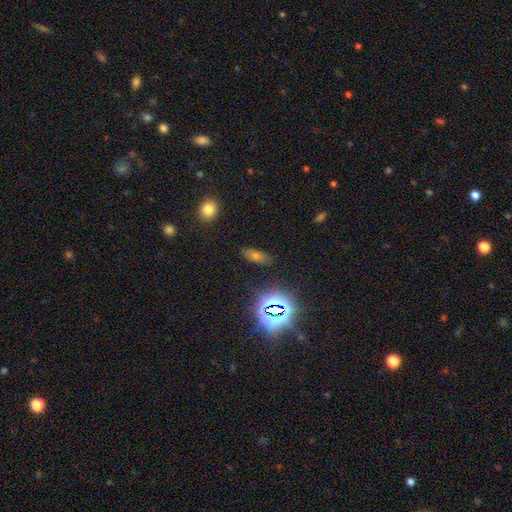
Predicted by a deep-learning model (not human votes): smooth 49%, star or artifact 35%, featured or disk 16%. Down the decision tree: merging — none (84%).